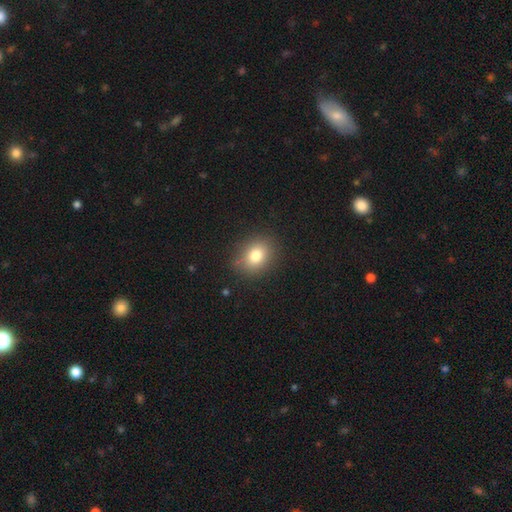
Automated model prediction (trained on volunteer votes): Smooth or featured? smooth (78%)
How rounded? round (56%)
Merging? none (85%)